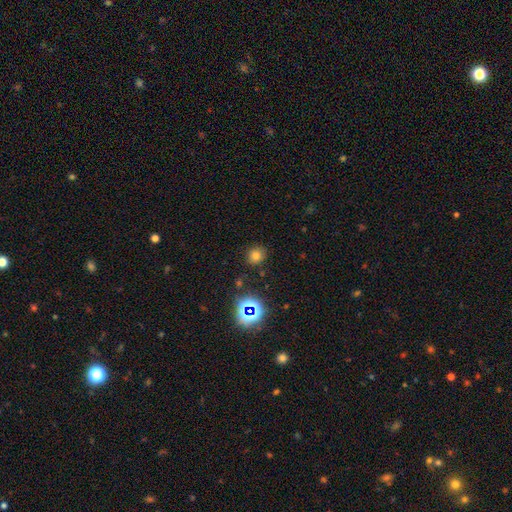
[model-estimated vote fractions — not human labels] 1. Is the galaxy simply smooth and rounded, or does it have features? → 70% smooth, 22% star or artifact, 8% featured or disk.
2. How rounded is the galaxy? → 80% round, 19% in between, 1% cigar-shaped.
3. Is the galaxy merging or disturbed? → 86% none, 9% minor disturbance, 3% major disturbance, 2% merger.